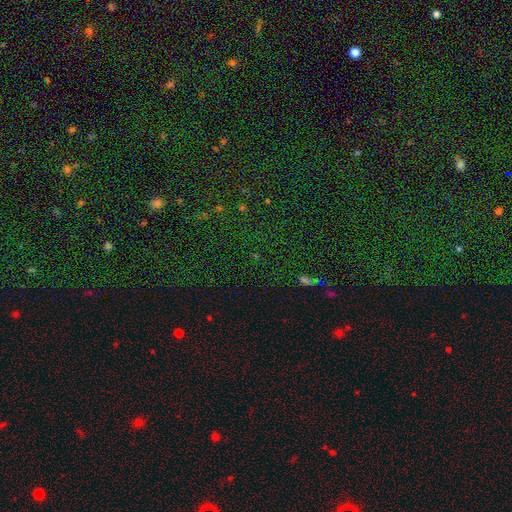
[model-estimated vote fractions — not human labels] A star or artifact, not a galaxy (73%).

Vote fractions:
- Smooth or featured? star or artifact: 73% / smooth: 18% / featured or disk: 9%